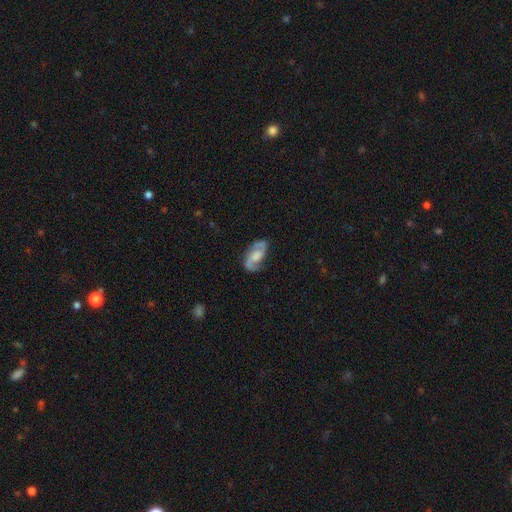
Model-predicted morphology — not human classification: A featured or disk galaxy (80%) with no bar (49%), 2 (91%) medium (51%) spiral arms (95%) and a moderate central bulge (38%).

Vote fractions:
- Smooth or featured? featured or disk: 80% / smooth: 14% / star or artifact: 6%
- Edge-on disk? no: 96% / yes: 4%
- Bar? no: 49% / weak: 40% / strong: 11%
- Spiral arms? yes: 95% / no: 5%
- Spiral winding? medium: 51% / loose: 32% / tight: 18%
- Spiral arm count? 2: 91% / can't tell: 4% / 1: 2% / 3: 1% / 4: 1% / more than 4: 1%
- Bulge size? moderate: 38% / large: 22% / none: 19% / small: 19% / dominant: 2%
- Merging? none: 76% / minor disturbance: 16% / major disturbance: 6% / merger: 2%